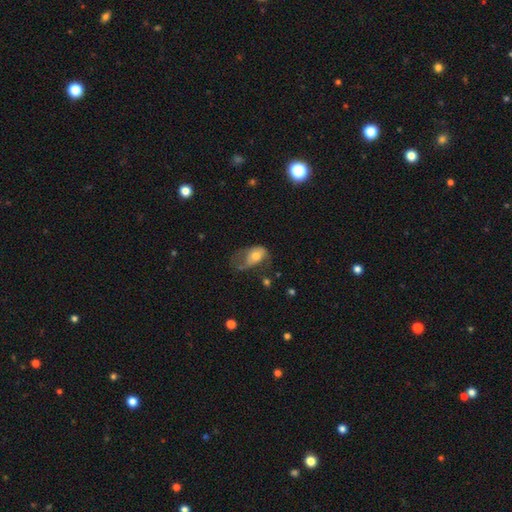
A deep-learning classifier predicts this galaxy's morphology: Smooth or featured? smooth (63%)
How rounded? in between (85%)
Merging? major disturbance (50%)